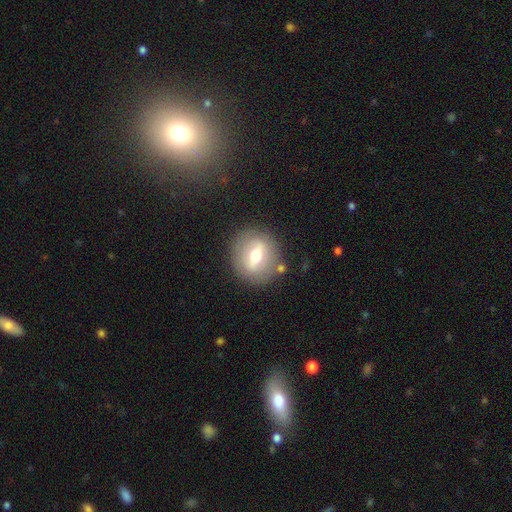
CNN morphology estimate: Smooth or featured? Predicted: featured or disk (p=0.47). Merging? Predicted: none (p=0.82).